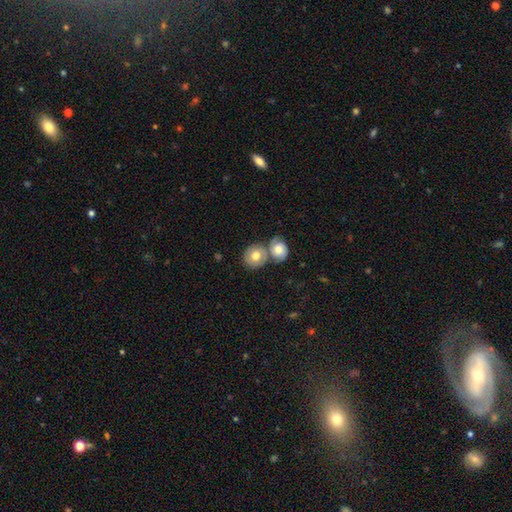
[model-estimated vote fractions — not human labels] Smooth or featured?
  - smooth: 60% *
  - featured or disk: 34%
  - star or artifact: 6%
How rounded?
  - round: 73% *
  - in between: 26%
  - cigar-shaped: 1%
Merging?
  - merger: 47% *
  - none: 38%
  - minor disturbance: 11%
  - major disturbance: 5%